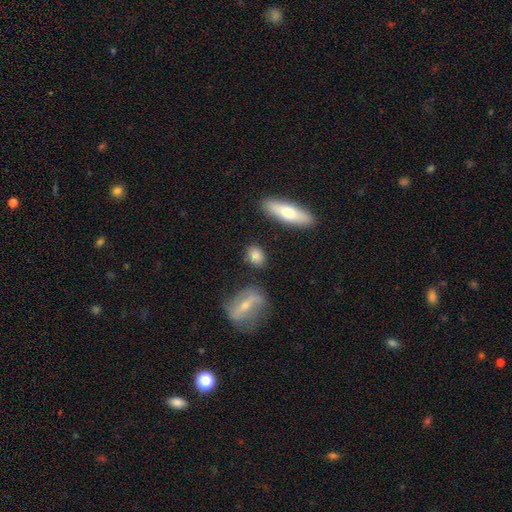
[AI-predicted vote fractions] Q: Smooth or featured?
A: smooth (81%); runner-up: featured or disk (11%)
Q: How rounded?
A: in between (62%); runner-up: round (32%)
Q: Merging?
A: none (79%); runner-up: minor disturbance (13%)